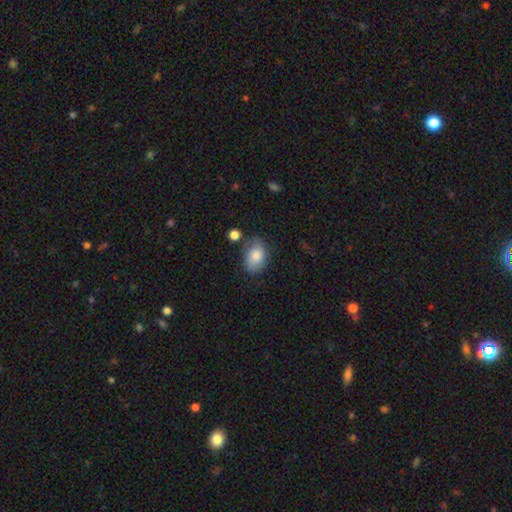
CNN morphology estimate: Q: Smooth or featured?
A: smooth (84%); runner-up: featured or disk (9%)
Q: How rounded?
A: in between (86%); runner-up: round (12%)
Q: Merging?
A: none (70%); runner-up: minor disturbance (20%)